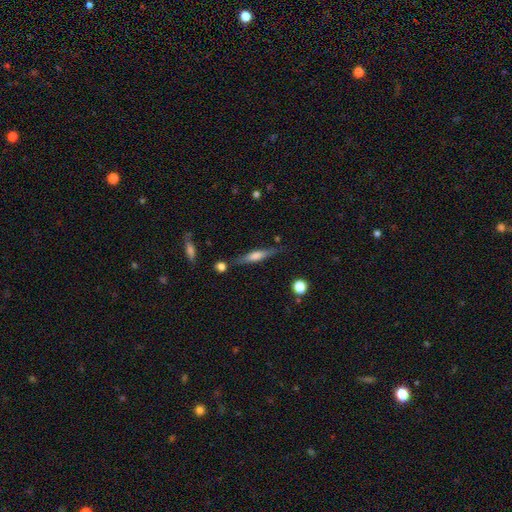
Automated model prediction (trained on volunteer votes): Q: Smooth or featured?
A: featured or disk (53%); runner-up: smooth (40%)
Q: Edge-on disk?
A: yes (95%); runner-up: no (5%)
Q: Edge-on bulge?
A: rounded (60%); runner-up: boxy (28%)
Q: Merging?
A: none (79%); runner-up: minor disturbance (13%)